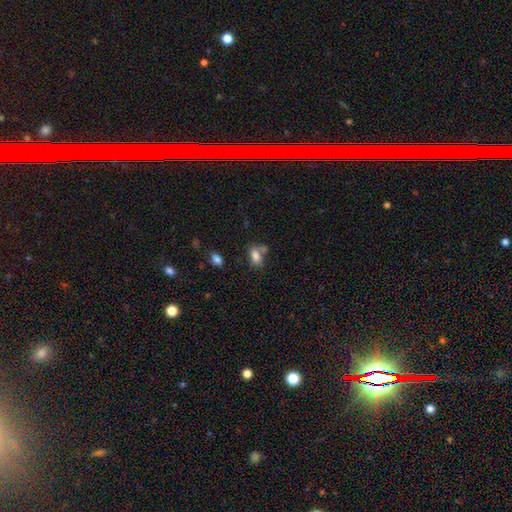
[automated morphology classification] Smooth or featured? Predicted: smooth (p=0.82). How rounded? Predicted: in between (p=0.87). Merging? Predicted: none (p=0.52).